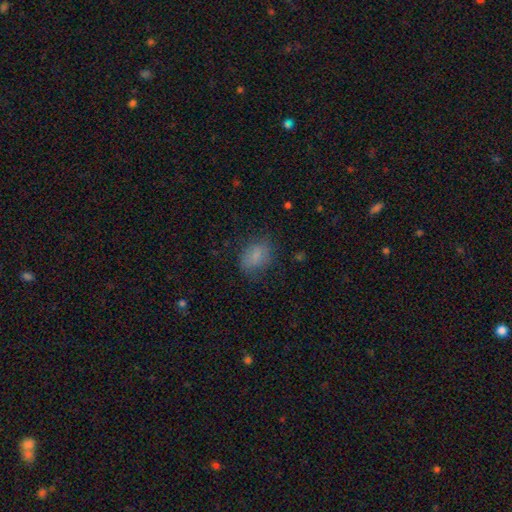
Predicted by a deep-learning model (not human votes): The model was most divided on "how rounded": in between: 72%, round: 26%, cigar-shaped: 2%. More confident: smooth or featured — smooth (79%); merging — none (73%).